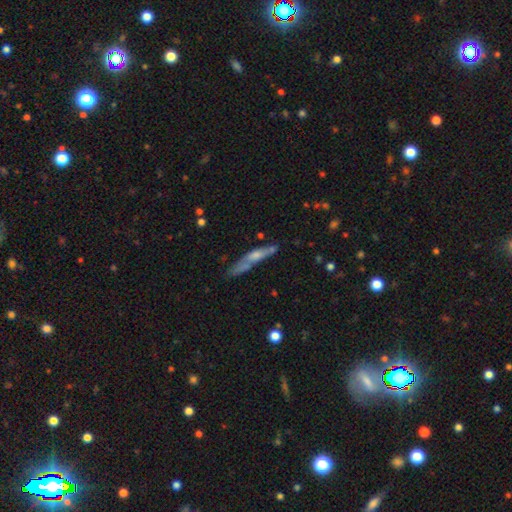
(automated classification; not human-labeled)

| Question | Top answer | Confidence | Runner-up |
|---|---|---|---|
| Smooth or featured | featured or disk | 51% | smooth (40%) |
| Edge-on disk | yes | 79% | no (21%) |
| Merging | none | 64% | minor disturbance (22%) |